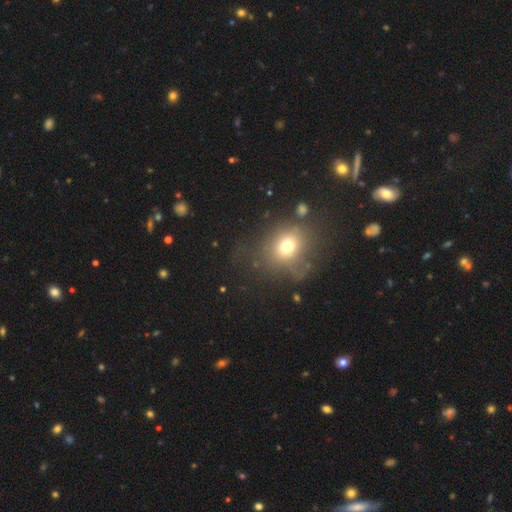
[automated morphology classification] Overall: smooth (58%; star or artifact 29%). How rounded: round (72%). Merging: none (74%).